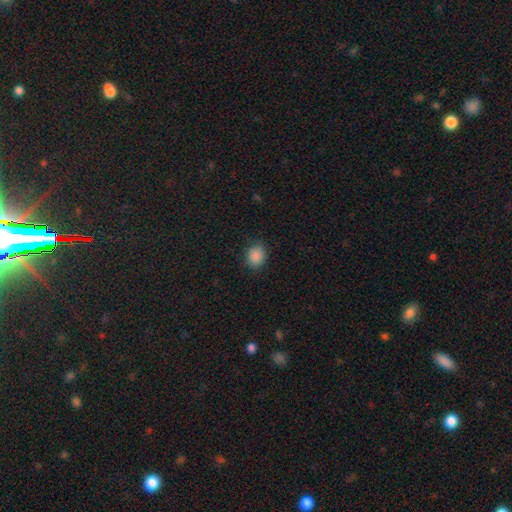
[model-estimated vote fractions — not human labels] Morphology: type=smooth (88%); roundness=round (53%); merging=none (83%).